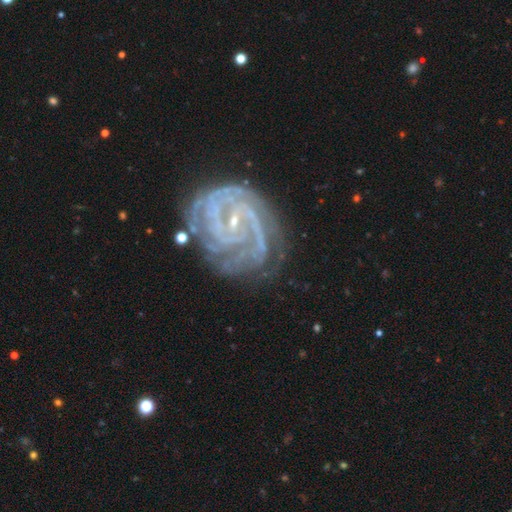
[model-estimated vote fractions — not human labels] Smooth or featured: featured or disk — 89% (star or artifact — 6%)
Edge-on disk: no — 98% (yes — 2%)
Bar: weak — 44% (no — 29%)
Spiral arms: yes — 96% (no — 4%)
Spiral winding: tight — 69% (medium — 26%)
Spiral arm count: 2 — 25% (3 — 24%)
Bulge size: small — 76% (moderate — 13%)
Merging: none — 63% (minor disturbance — 20%)